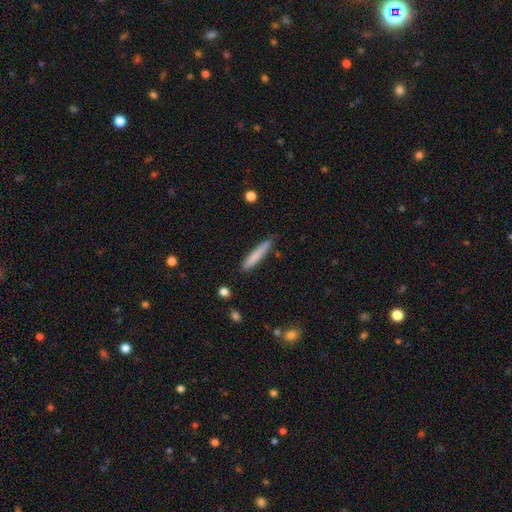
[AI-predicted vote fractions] A smooth galaxy with no disk features (77%) that is cigar-shaped (94%).

Vote fractions:
- Smooth or featured? smooth: 77% / featured or disk: 17% / star or artifact: 6%
- How rounded? cigar-shaped: 94% / in between: 5% / round: 1%
- Merging? none: 82% / minor disturbance: 14% / major disturbance: 2% / merger: 2%